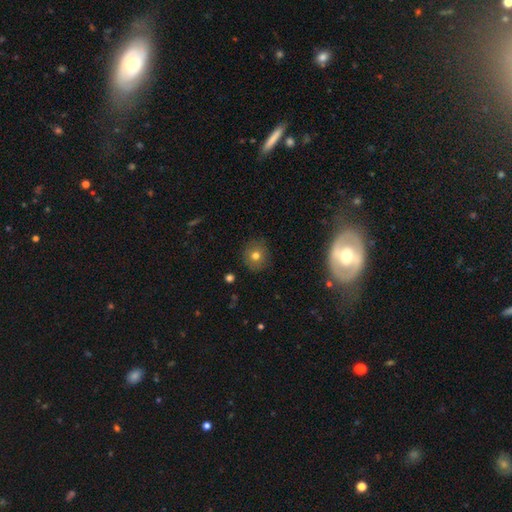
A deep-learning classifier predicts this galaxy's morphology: smooth 74%, featured or disk 14%, star or artifact 12%. Down the decision tree: how rounded — round (91%); merging — none (87%).